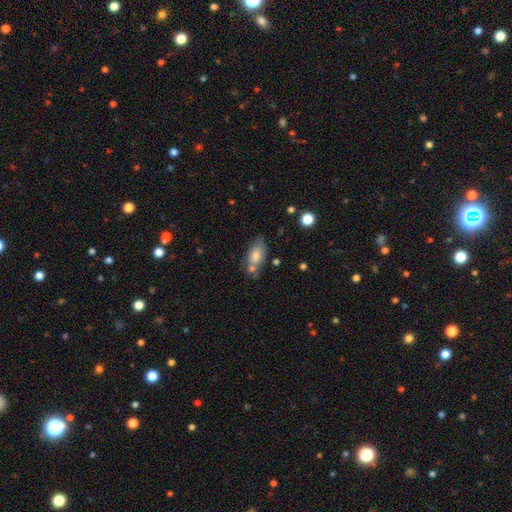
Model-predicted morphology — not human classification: Q: Smooth or featured?
A: smooth (77%); runner-up: featured or disk (15%)
Q: How rounded?
A: in between (87%); runner-up: cigar-shaped (8%)
Q: Merging?
A: none (55%); runner-up: merger (20%)